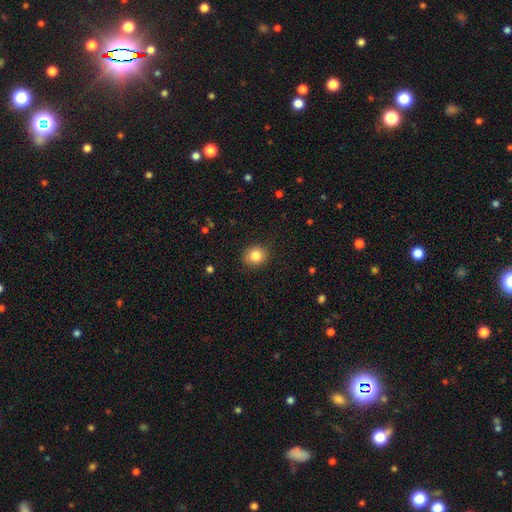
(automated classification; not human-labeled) Smooth or featured? smooth (84%)
How rounded? round (77%)
Merging? none (89%)